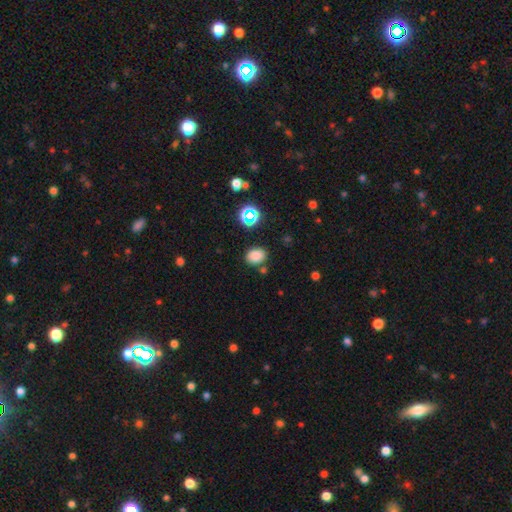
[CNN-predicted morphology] Smooth or featured?
  - smooth: 80% *
  - star or artifact: 15%
  - featured or disk: 5%
How rounded?
  - in between: 59% *
  - round: 40%
  - cigar-shaped: 1%
Merging?
  - none: 81% *
  - minor disturbance: 11%
  - merger: 5%
  - major disturbance: 3%